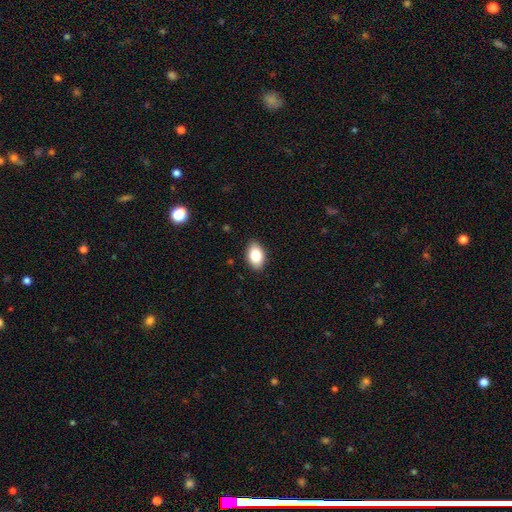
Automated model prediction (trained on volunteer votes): A smooth galaxy with no disk features (85%) that is in between round and cigar-shaped (90%).

Vote fractions:
- Smooth or featured? smooth: 85% / featured or disk: 8% / star or artifact: 7%
- How rounded? in between: 90% / round: 9% / cigar-shaped: 1%
- Merging? none: 88% / minor disturbance: 9% / major disturbance: 2% / merger: 1%